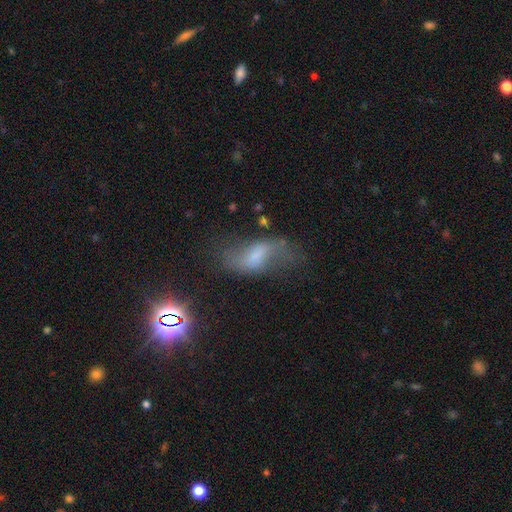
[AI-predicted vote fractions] The model was most divided on "smooth or featured": featured or disk: 50%, smooth: 36%, star or artifact: 13%. Remaining: edge-on disk — no (90%); merging — none (47%).